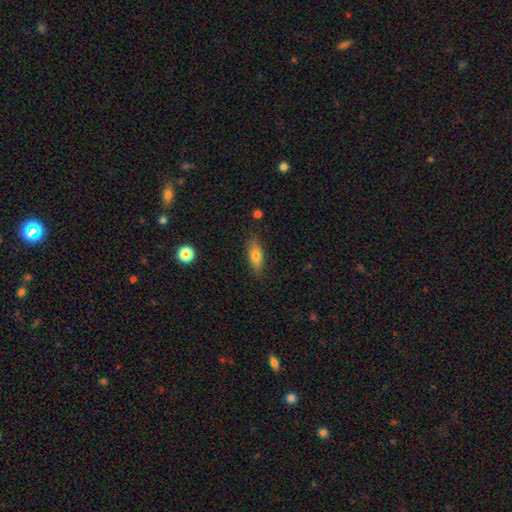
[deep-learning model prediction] smooth-or-featured: smooth: 72% | featured or disk: 20% | star or artifact: 8%
  how-rounded: in between: 71% | cigar-shaped: 25% | round: 4%
  merging: none: 81% | minor disturbance: 14% | major disturbance: 3% | merger: 2%